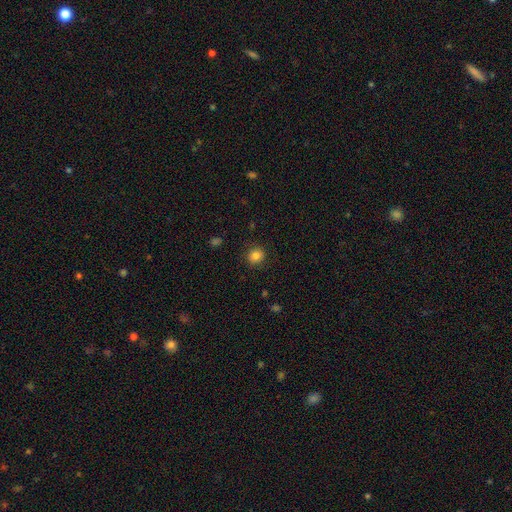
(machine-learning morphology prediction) A smooth galaxy with no disk features (84%) that is round (83%).

Vote fractions:
- Smooth or featured? smooth: 84% / star or artifact: 11% / featured or disk: 5%
- How rounded? round: 83% / in between: 16% / cigar-shaped: 1%
- Merging? none: 89% / minor disturbance: 7% / major disturbance: 3% / merger: 1%